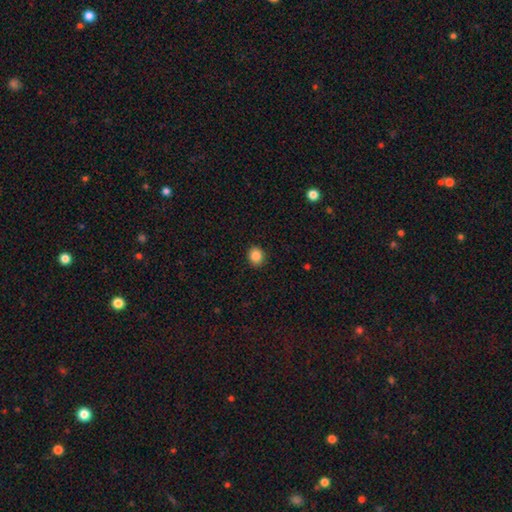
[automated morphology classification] The model was most divided on "how rounded": round: 76%, in between: 24%, cigar-shaped: 1%. More confident: merging — none (91%); smooth or featured — smooth (86%).